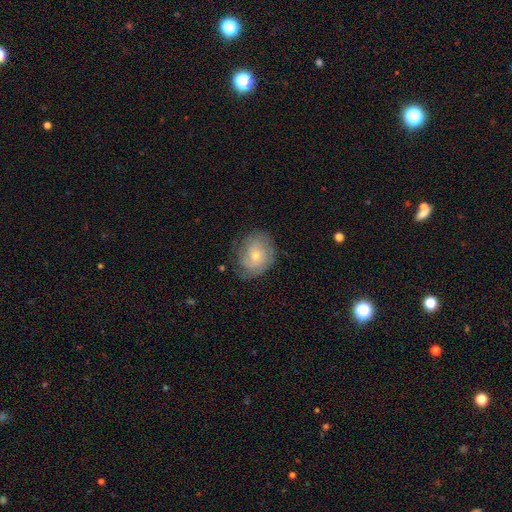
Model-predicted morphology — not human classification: smooth-or-featured: featured or disk: 64% | smooth: 27% | star or artifact: 9%
  disk-edge-on: no: 97% | yes: 3%
    bar: no: 79% | weak: 18% | strong: 3%
    has-spiral-arms: yes: 88% | no: 12%
      spiral-winding: tight: 68% | medium: 24% | loose: 8%
      spiral-arm-count: can't tell: 46% | 2: 19% | 3: 16% | 4: 8% | 1: 5% | more than 4: 5%
    bulge-size: small: 59% | moderate: 37% | large: 1% | none: 1% | dominant: 1%
  merging: none: 75% | minor disturbance: 18% | major disturbance: 6% | merger: 1%